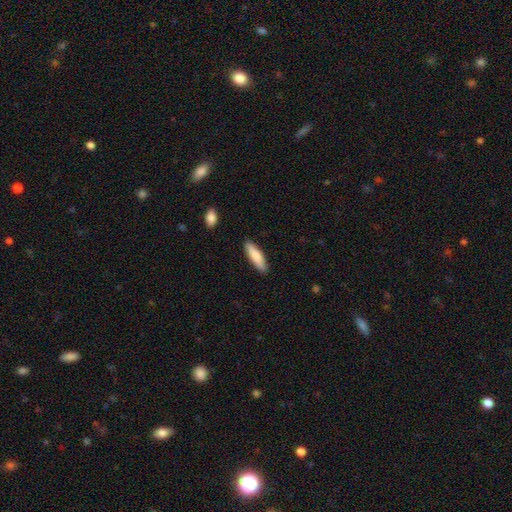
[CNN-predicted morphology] A smooth galaxy with no disk features (84%) that is cigar-shaped (64%).

Vote fractions:
- Smooth or featured? smooth: 84% / featured or disk: 11% / star or artifact: 5%
- How rounded? cigar-shaped: 64% / in between: 34% / round: 1%
- Merging? none: 89% / minor disturbance: 8% / major disturbance: 2% / merger: 1%